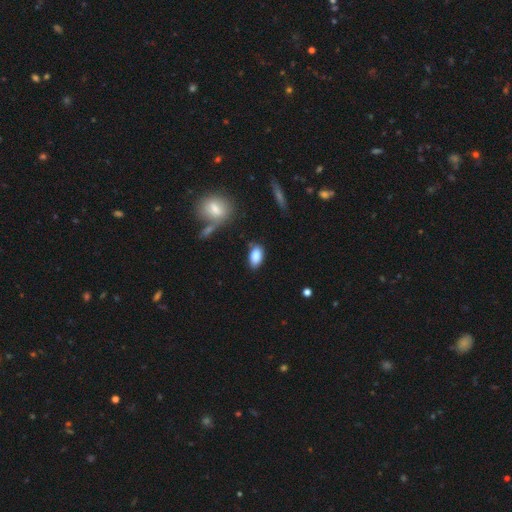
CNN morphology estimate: This appears to be a smooth galaxy with no disk features (85%) that is in between round and cigar-shaped (92%). Merging: none (78%).